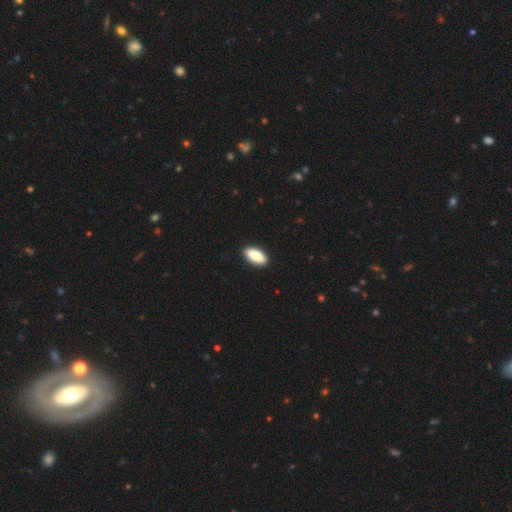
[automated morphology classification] Overall: smooth (88%). How rounded: in between (90%). Merging: none (90%).